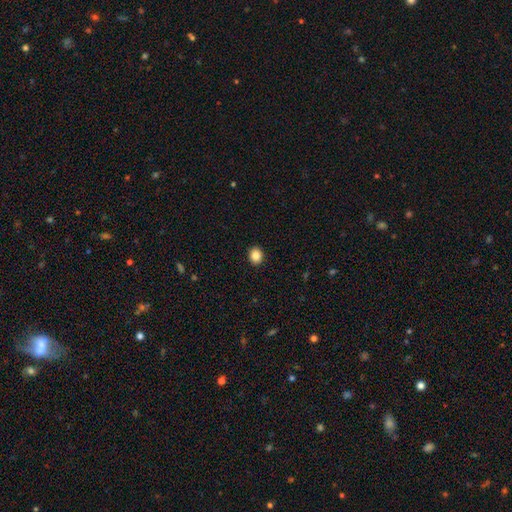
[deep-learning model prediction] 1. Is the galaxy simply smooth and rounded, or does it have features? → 86% smooth, 9% star or artifact, 5% featured or disk.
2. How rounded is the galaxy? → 60% round, 39% in between, 1% cigar-shaped.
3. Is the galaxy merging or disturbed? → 92% none, 6% minor disturbance, 2% major disturbance, 1% merger.